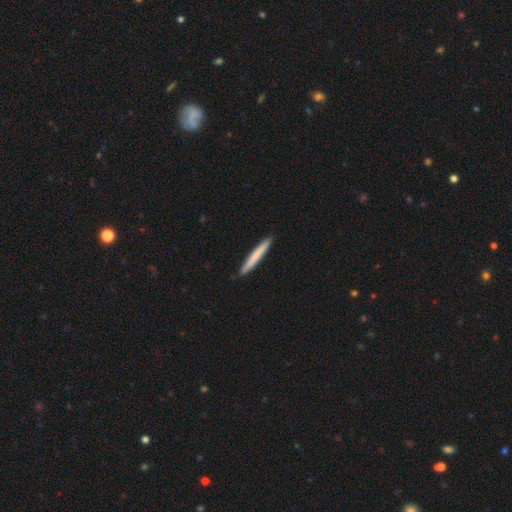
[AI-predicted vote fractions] Smooth or featured: smooth — 72% (featured or disk — 23%)
How rounded: cigar-shaped — 97% (in between — 2%)
Merging: none — 92% (minor disturbance — 6%)